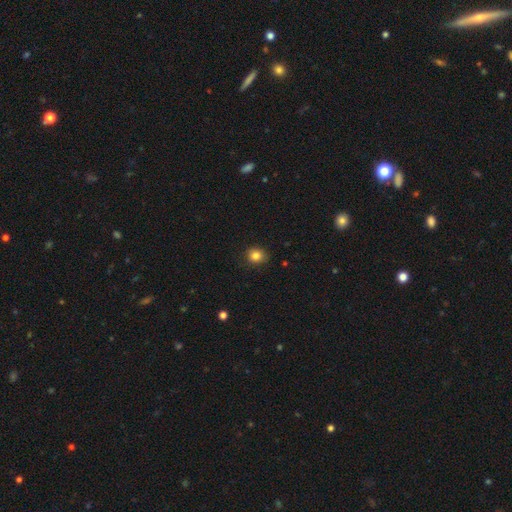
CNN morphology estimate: Smooth or featured: smooth — 83% (star or artifact — 12%)
How rounded: round — 82% (in between — 17%)
Merging: none — 87% (minor disturbance — 10%)